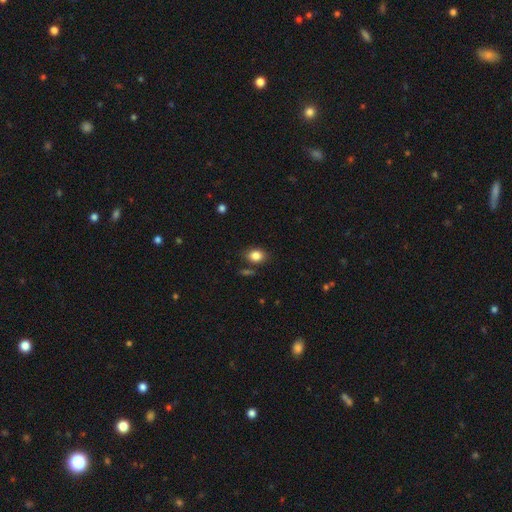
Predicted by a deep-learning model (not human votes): Smooth or featured?
  - smooth: 84% *
  - star or artifact: 10%
  - featured or disk: 6%
How rounded?
  - in between: 59% *
  - round: 40%
  - cigar-shaped: 1%
Merging?
  - none: 77% *
  - minor disturbance: 14%
  - merger: 5%
  - major disturbance: 4%